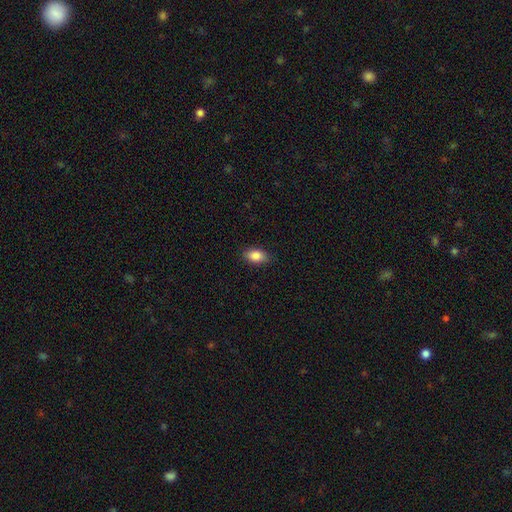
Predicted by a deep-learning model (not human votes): Morphology: type=smooth (87%); roundness=in between (89%); merging=none (86%).